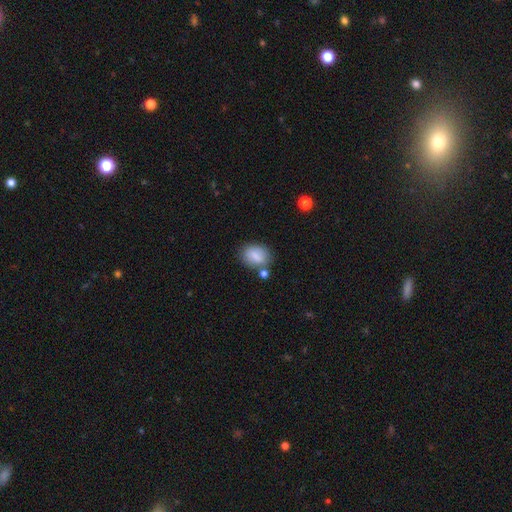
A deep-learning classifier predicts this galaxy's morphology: This appears to be a smooth galaxy with no disk features (80%) that is in between round and cigar-shaped (75%). Merging: none (64%).